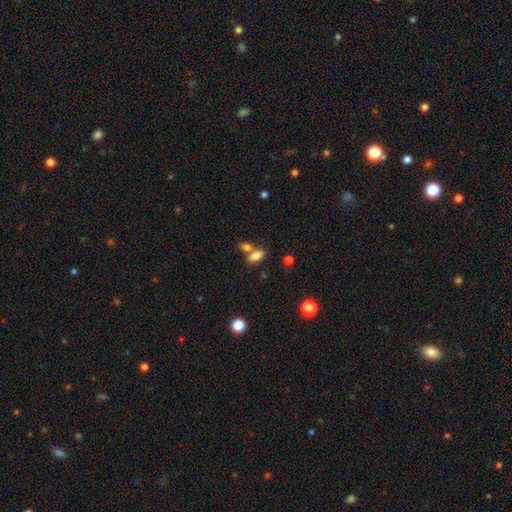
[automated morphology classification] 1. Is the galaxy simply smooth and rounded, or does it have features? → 79% smooth, 10% featured or disk, 10% star or artifact.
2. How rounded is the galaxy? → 84% in between, 10% cigar-shaped, 6% round.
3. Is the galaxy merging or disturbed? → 48% none, 37% merger, 10% minor disturbance, 4% major disturbance.